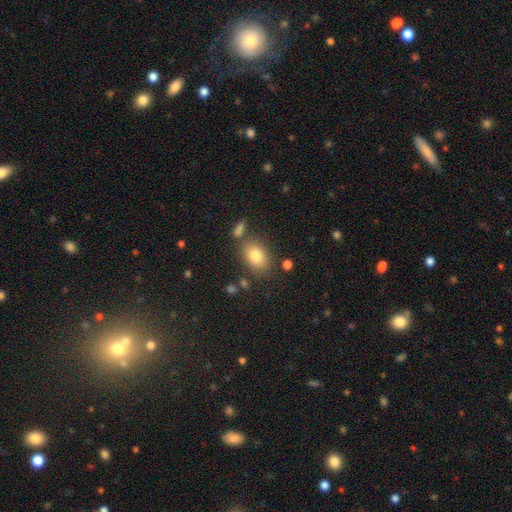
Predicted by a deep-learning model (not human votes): Smooth or featured? smooth (82%)
How rounded? in between (82%)
Merging? none (76%)